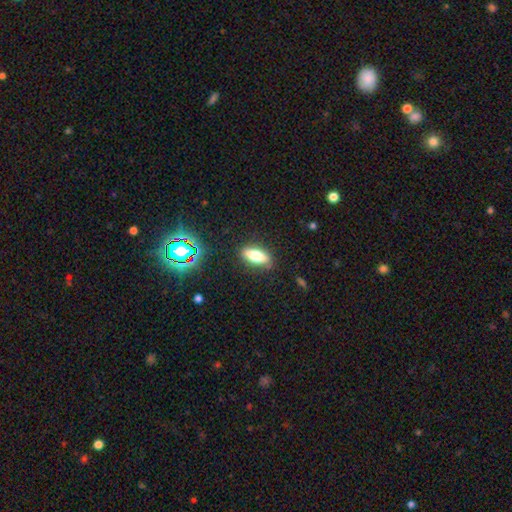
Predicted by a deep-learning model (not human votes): Smooth or featured? smooth (66%)
How rounded? in between (69%)
Merging? none (85%)